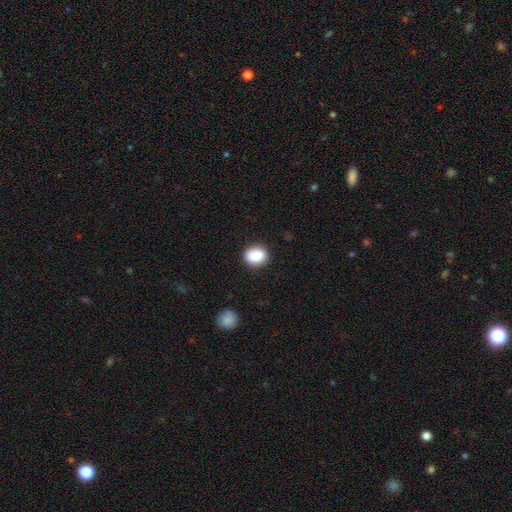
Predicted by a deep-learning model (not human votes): Smooth or featured?
  - smooth: 87% *
  - star or artifact: 8%
  - featured or disk: 5%
How rounded?
  - round: 59% *
  - in between: 40%
  - cigar-shaped: 1%
Merging?
  - none: 86% *
  - minor disturbance: 10%
  - major disturbance: 3%
  - merger: 1%